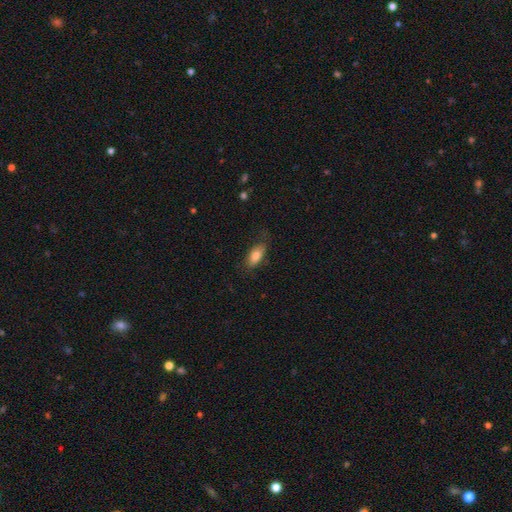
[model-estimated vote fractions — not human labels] The model was most divided on "merging": none: 73%, minor disturbance: 20%, major disturbance: 6%, merger: 1%. More confident: how rounded — in between (87%); smooth or featured — smooth (80%).